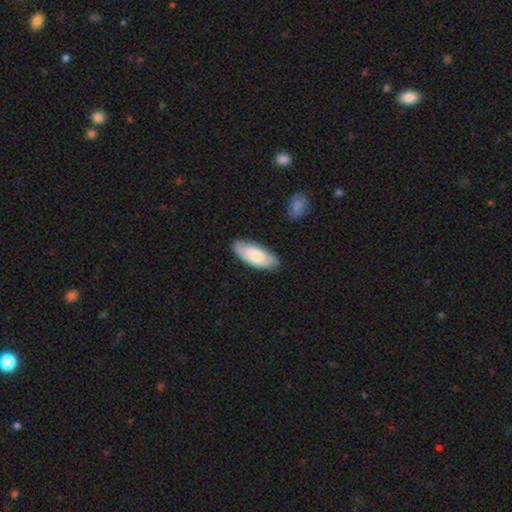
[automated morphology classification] This appears to be a smooth galaxy with no disk features (72%) that is in between round and cigar-shaped (84%). Merging: none (79%).